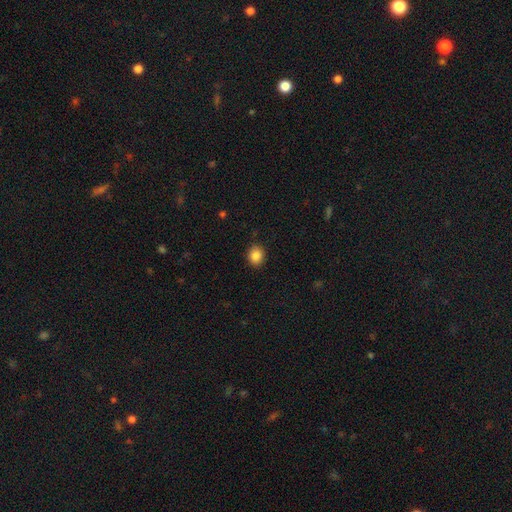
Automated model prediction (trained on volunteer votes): Morphology: type=smooth (86%); roundness=round (67%); merging=none (90%).